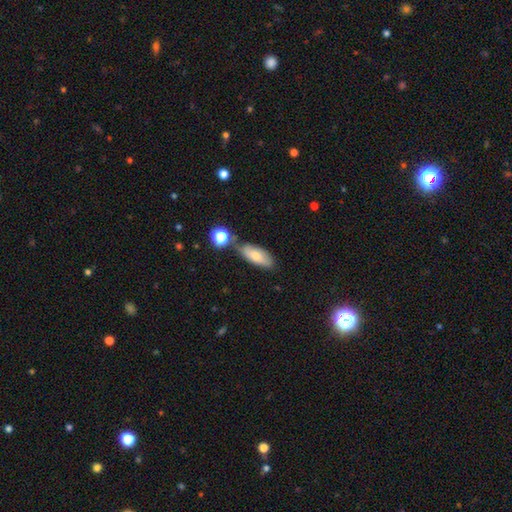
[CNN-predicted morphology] type=smooth (73%); roundness=in between (79%); merging=none (63%).